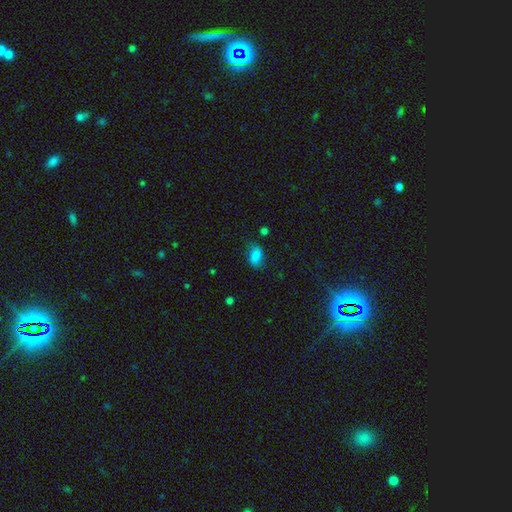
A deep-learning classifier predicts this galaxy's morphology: A smooth galaxy with no disk features (81%) that is in between round and cigar-shaped (87%). Merging: none (66%).